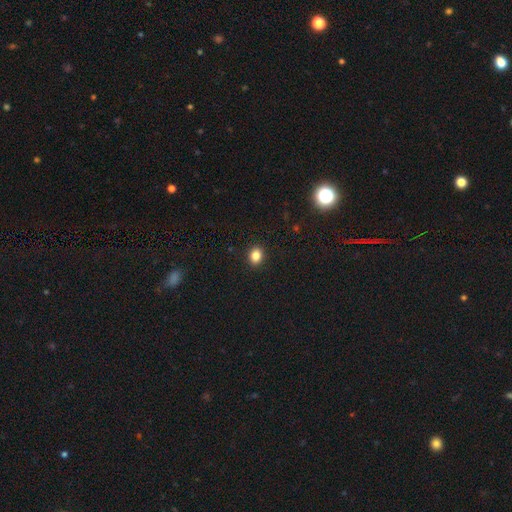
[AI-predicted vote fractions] Smooth or featured? smooth (85%)
How rounded? round (53%)
Merging? none (92%)